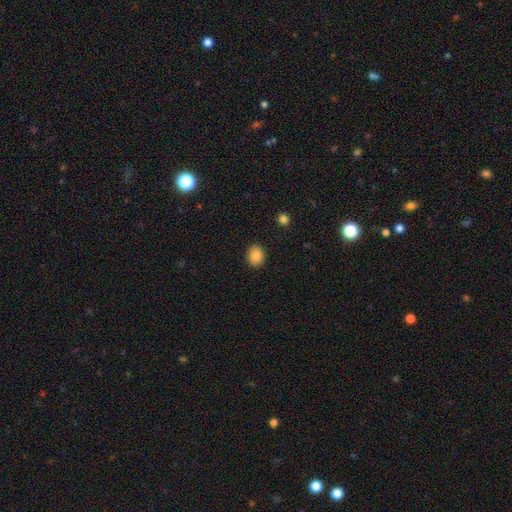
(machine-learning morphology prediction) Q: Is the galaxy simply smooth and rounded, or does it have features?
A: smooth — 87%.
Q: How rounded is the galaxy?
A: round — 57%.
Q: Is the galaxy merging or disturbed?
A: none — 90%.